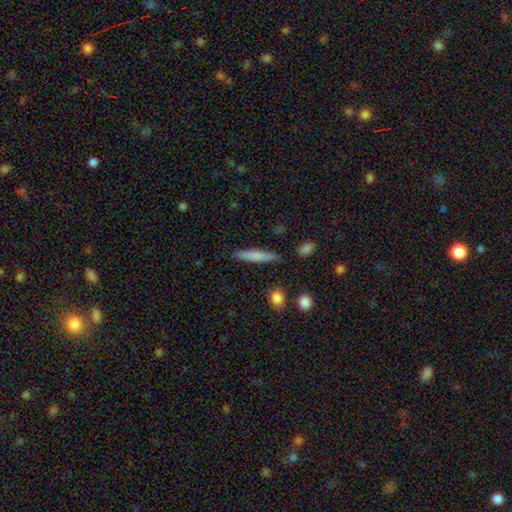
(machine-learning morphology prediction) Q: Smooth or featured?
A: smooth (74%); runner-up: featured or disk (20%)
Q: How rounded?
A: cigar-shaped (90%); runner-up: in between (8%)
Q: Merging?
A: none (86%); runner-up: minor disturbance (9%)